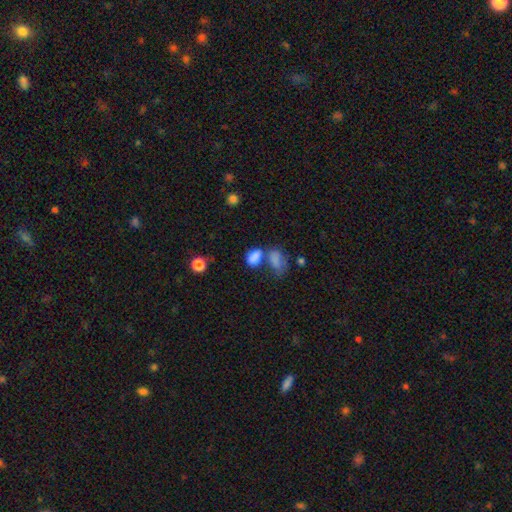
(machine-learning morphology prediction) smooth-or-featured: smooth: 81% | star or artifact: 11% | featured or disk: 8%
  how-rounded: in between: 83% | round: 15% | cigar-shaped: 2%
  merging: merger: 46% | none: 32% | minor disturbance: 13% | major disturbance: 8%